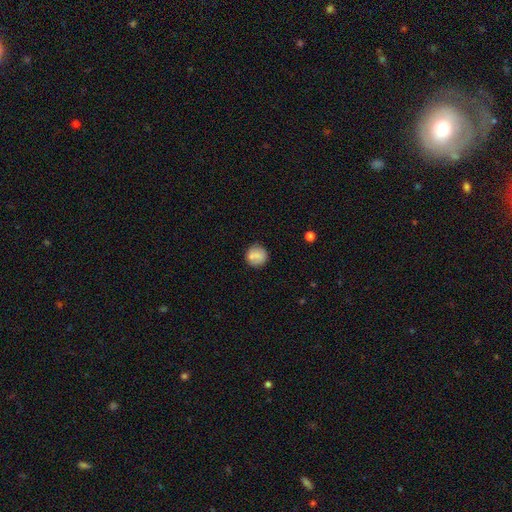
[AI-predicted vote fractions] Q: Smooth or featured?
A: smooth (71%); runner-up: featured or disk (21%)
Q: How rounded?
A: round (89%); runner-up: in between (10%)
Q: Merging?
A: none (75%); runner-up: minor disturbance (14%)